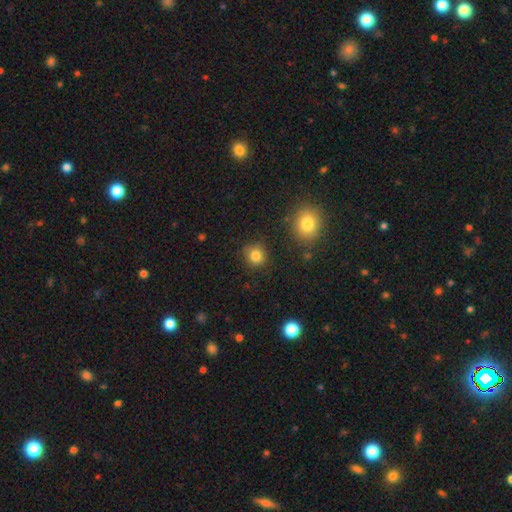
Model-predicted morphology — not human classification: smooth_or_featured: smooth (p=0.82) [alt: star or artifact p=0.12]
how_rounded: round (p=0.86) [alt: in between p=0.13]
merging: none (p=0.83) [alt: minor disturbance p=0.11]